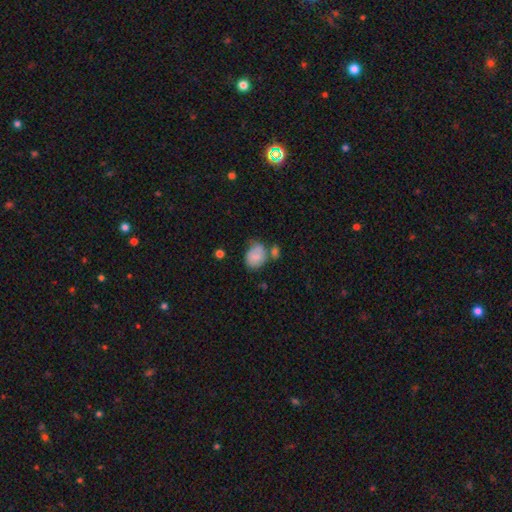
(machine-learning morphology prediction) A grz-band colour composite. It shows a smooth galaxy with no disk features (76%) that is in between round and cigar-shaped (56%). Merging: none (42%).